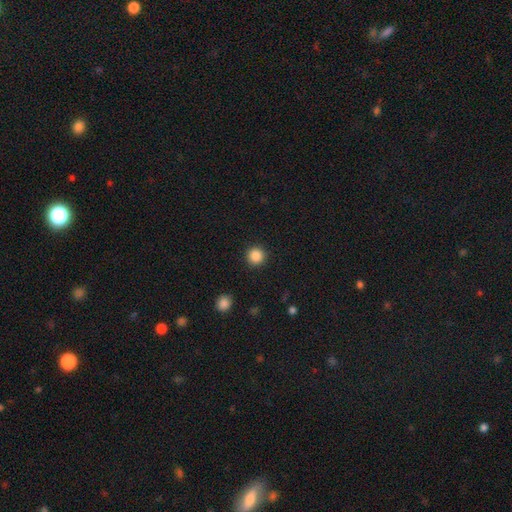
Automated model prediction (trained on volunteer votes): A smooth galaxy with no disk features (87%) that is round (95%). Merging: none (93%).